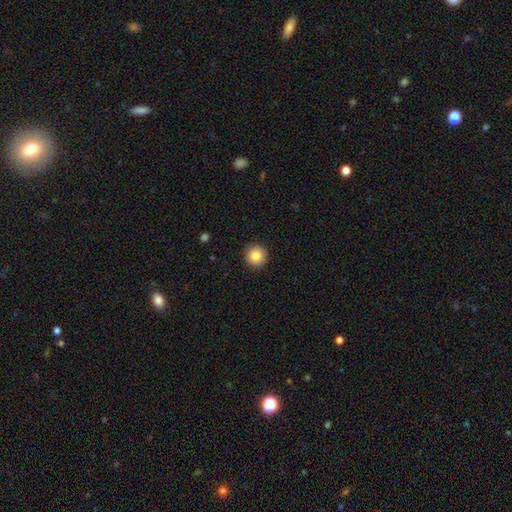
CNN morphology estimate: A smooth galaxy with no disk features (85%) that is round (96%). Merging: none (92%).